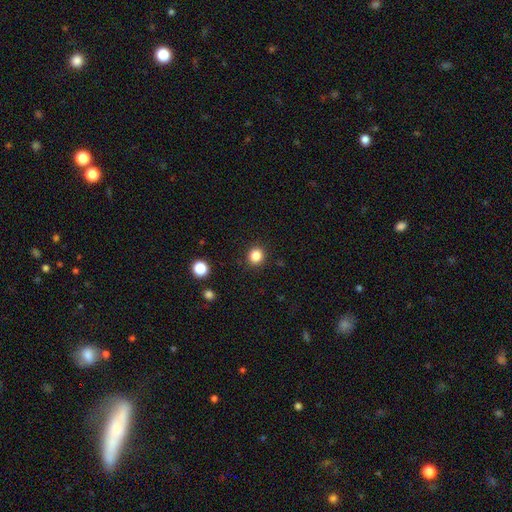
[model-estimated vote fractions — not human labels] The model was most divided on "how rounded": round: 83%, in between: 16%, cigar-shaped: 1%. More confident: merging — none (91%); smooth or featured — smooth (84%).